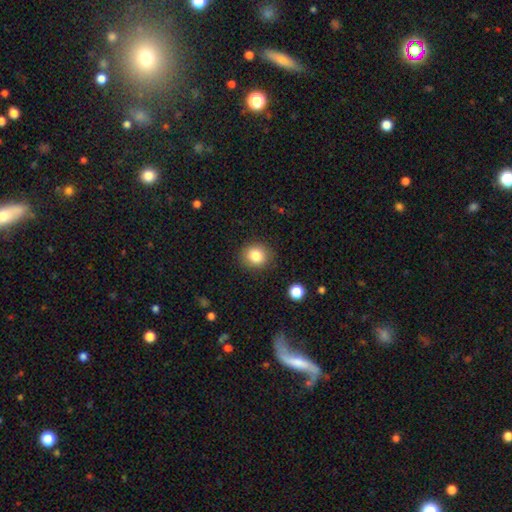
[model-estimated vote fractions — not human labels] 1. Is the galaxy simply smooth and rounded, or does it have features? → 83% smooth, 10% star or artifact, 7% featured or disk.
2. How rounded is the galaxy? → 80% round, 19% in between, 1% cigar-shaped.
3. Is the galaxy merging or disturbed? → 87% none, 8% minor disturbance, 3% major disturbance, 1% merger.